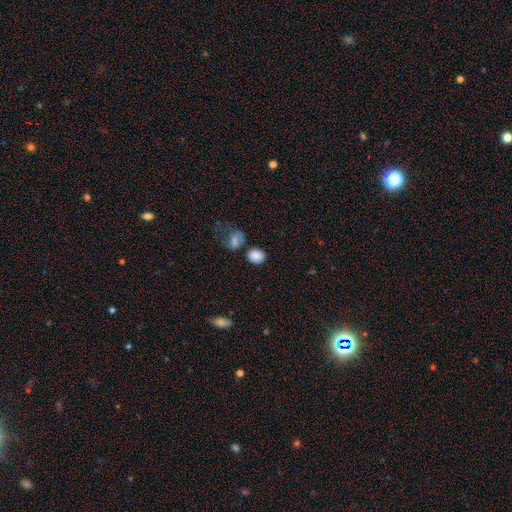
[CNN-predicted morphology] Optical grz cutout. It shows a smooth galaxy with no disk features (86%) that is round (61%). Merging: none (72%).